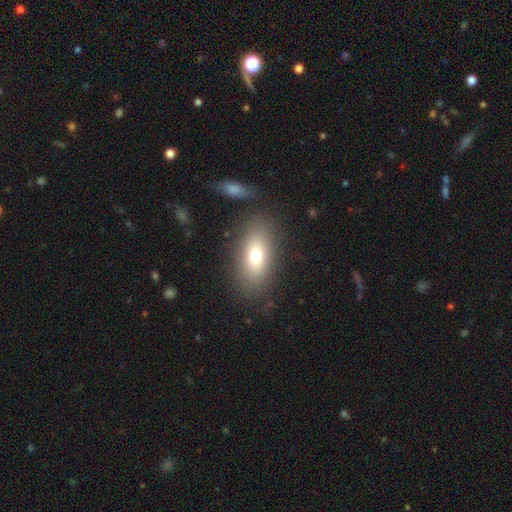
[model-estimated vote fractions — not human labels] A smooth galaxy with no disk features (74%) that is in between round and cigar-shaped (84%). Merging: none (82%).